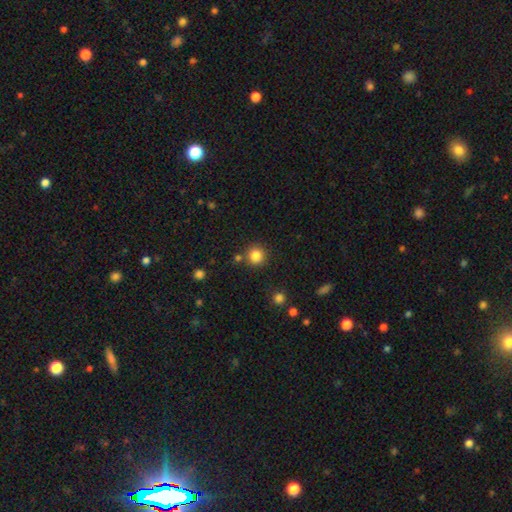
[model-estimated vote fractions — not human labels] Smooth or featured? smooth (84%)
How rounded? round (92%)
Merging? none (84%)